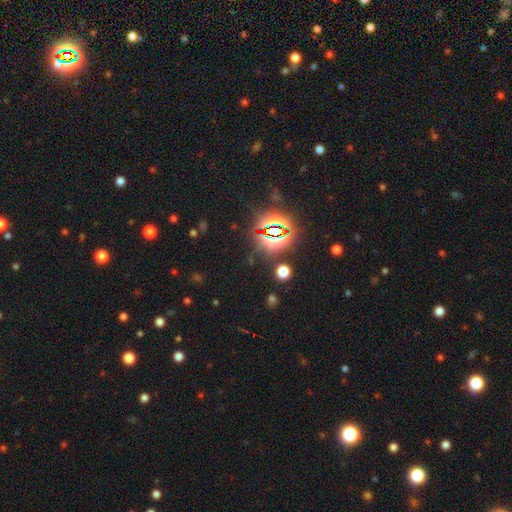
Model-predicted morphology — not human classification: A star or artifact, not a galaxy (81%).